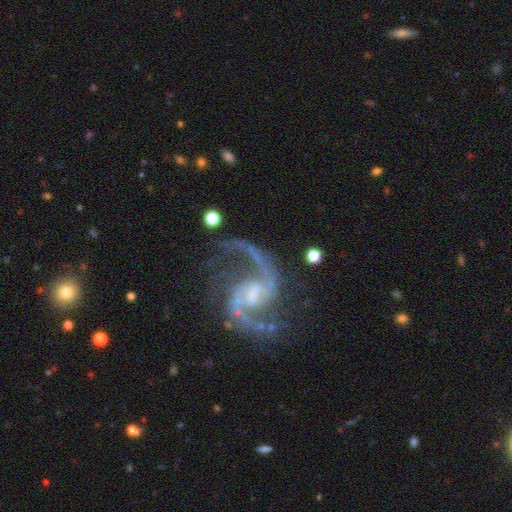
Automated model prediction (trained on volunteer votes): The model was most divided on "spiral winding": medium: 47%, loose: 45%, tight: 8%. Remaining: edge-on disk — no (98%); spiral arms — yes (98%); smooth or featured — featured or disk (93%); spiral arm count — 2 (92%); merging — none (67%); bar — weak (58%); bulge size — small (43%).